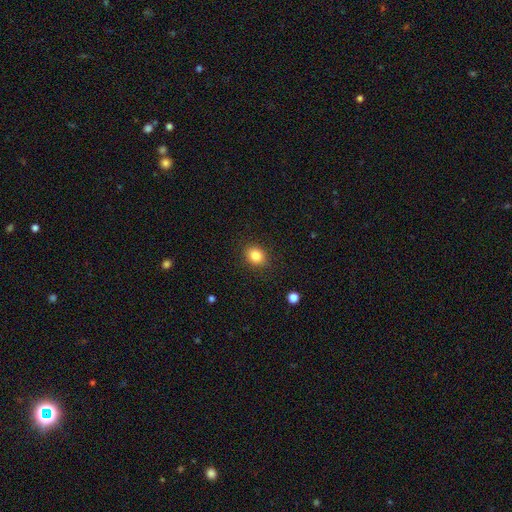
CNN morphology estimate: Smooth or featured?
  - smooth: 84% *
  - star or artifact: 10%
  - featured or disk: 6%
How rounded?
  - round: 55% *
  - in between: 44%
  - cigar-shaped: 1%
Merging?
  - none: 87% *
  - minor disturbance: 9%
  - major disturbance: 3%
  - merger: 1%